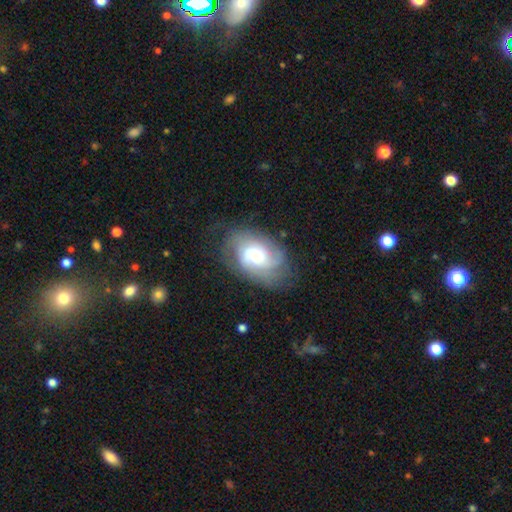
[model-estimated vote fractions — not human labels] smooth_or_featured: featured or disk (p=0.68) [alt: smooth p=0.24]
disk_edge_on: no (p=0.96) [alt: yes p=0.04]
bar: no (p=0.70) [alt: weak p=0.25]
has_spiral_arms: yes (p=0.90) [alt: no p=0.10]
spiral_winding: tight (p=0.44) [alt: medium p=0.39]
spiral_arm_count: can't tell (p=0.35) [alt: 2 p=0.34]
bulge_size: moderate (p=0.41) [alt: small p=0.33]
merging: none (p=0.63) [alt: minor disturbance p=0.22]